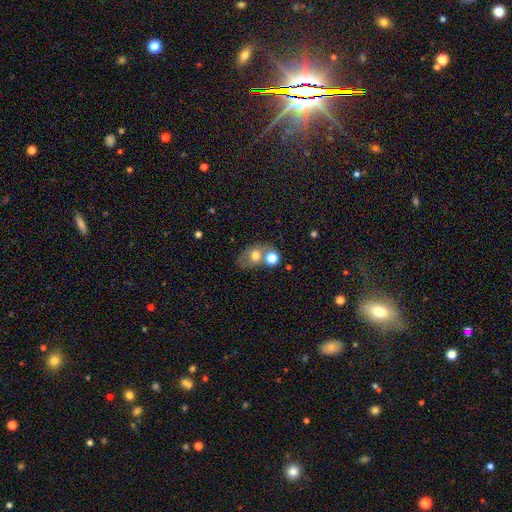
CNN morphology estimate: The model was most divided on "merging": none: 46%, merger: 33%, minor disturbance: 14%, major disturbance: 7%. More confident: smooth or featured — smooth (67%); how rounded — in between (64%).